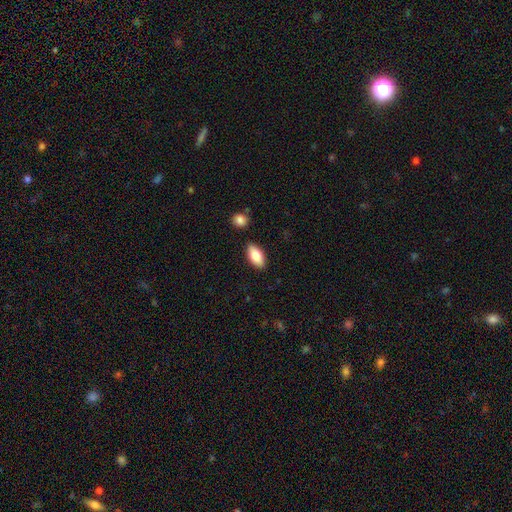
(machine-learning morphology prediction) smooth-or-featured: smooth: 81% | featured or disk: 12% | star or artifact: 7%
  how-rounded: in between: 90% | cigar-shaped: 7% | round: 3%
  merging: none: 86% | minor disturbance: 9% | merger: 3% | major disturbance: 2%